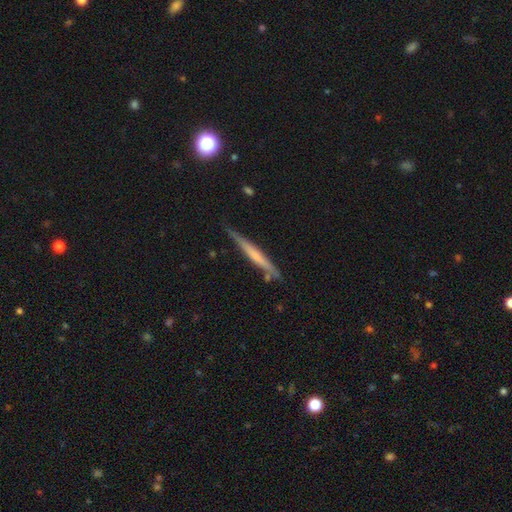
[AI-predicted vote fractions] smooth-or-featured: featured or disk: 52% | smooth: 43% | star or artifact: 6%
  disk-edge-on: yes: 96% | no: 4%
  merging: none: 77% | minor disturbance: 17% | merger: 3% | major disturbance: 3%